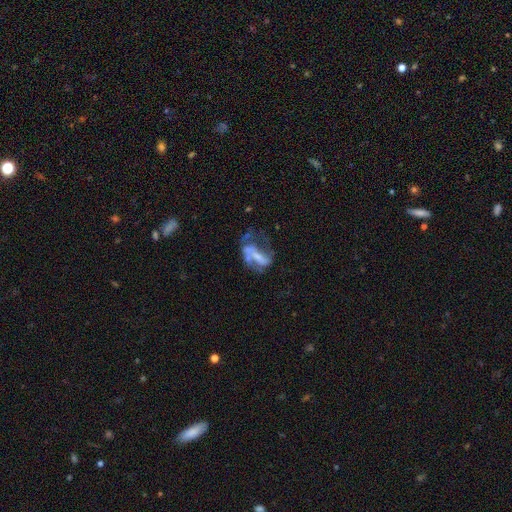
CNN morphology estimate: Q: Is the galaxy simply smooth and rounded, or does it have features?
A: featured or disk — 65%.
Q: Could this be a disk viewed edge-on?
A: no — 94%.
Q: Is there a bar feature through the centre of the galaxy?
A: no — 37%.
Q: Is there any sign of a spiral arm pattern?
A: yes — 56%.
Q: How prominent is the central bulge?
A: none — 35%.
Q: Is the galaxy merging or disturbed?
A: major disturbance — 40%.